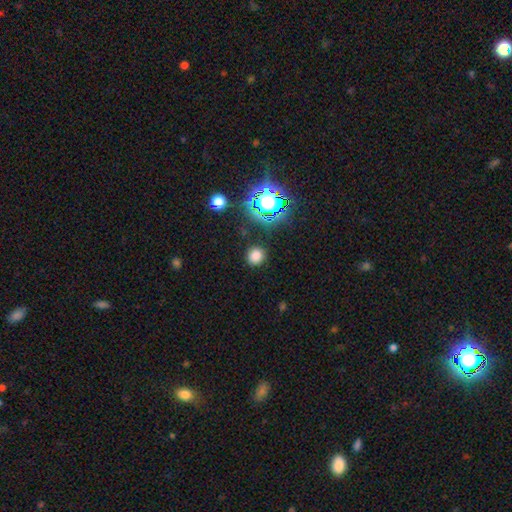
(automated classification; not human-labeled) This is likely a smooth galaxy (75%). How rounded: clearly round (87%). Merging: clearly none (87%).